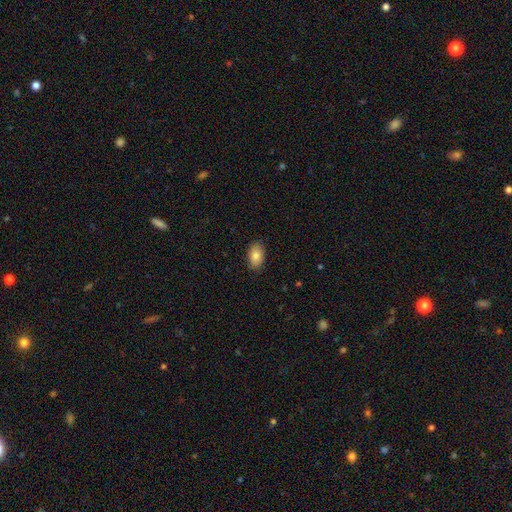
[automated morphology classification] smooth-or-featured: smooth: 85% | featured or disk: 8% | star or artifact: 7%
  how-rounded: in between: 92% | round: 7% | cigar-shaped: 1%
  merging: none: 88% | minor disturbance: 9% | major disturbance: 2% | merger: 1%